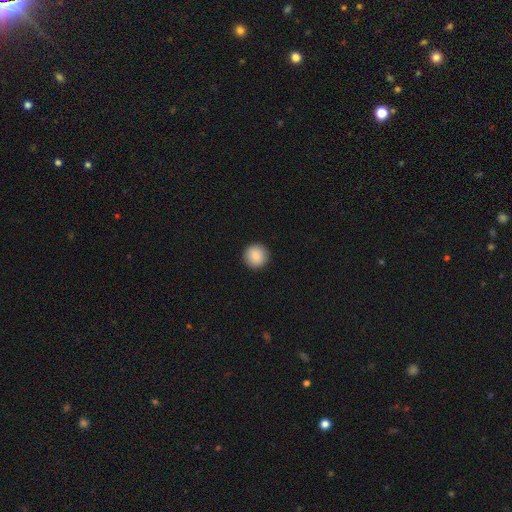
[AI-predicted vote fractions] This is clearly a smooth galaxy (88%). How rounded: clearly round (96%). Merging: clearly none (93%).